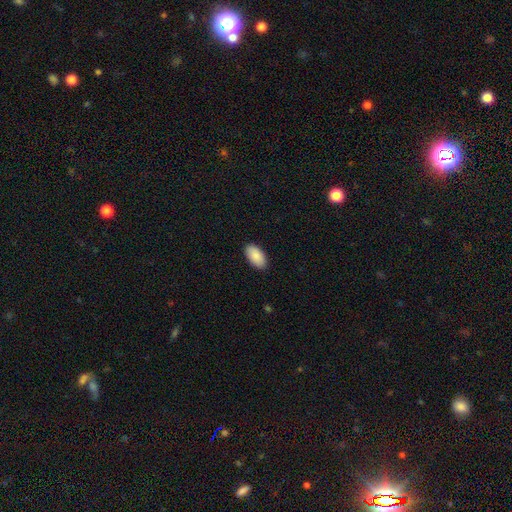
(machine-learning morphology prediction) smooth_or_featured: smooth (p=0.88) [alt: star or artifact p=0.06]
how_rounded: in between (p=0.96) [alt: round p=0.02]
merging: none (p=0.89) [alt: minor disturbance p=0.08]